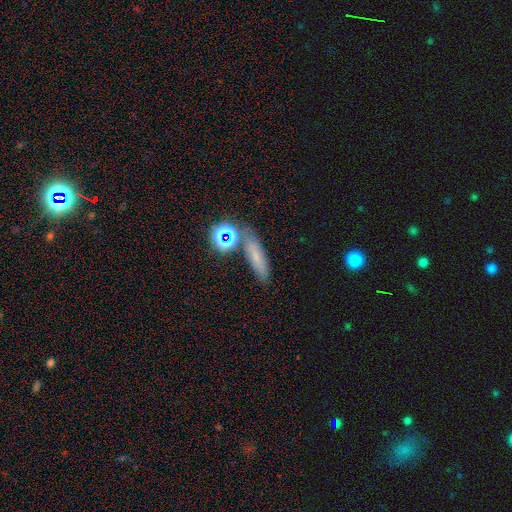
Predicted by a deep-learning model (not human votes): A smooth galaxy with no disk features (54%) that is cigar-shaped (52%).

Vote fractions:
- Smooth or featured? smooth: 54% / star or artifact: 26% / featured or disk: 20%
- How rounded? cigar-shaped: 52% / in between: 35% / round: 13%
- Merging? none: 71% / minor disturbance: 15% / merger: 9% / major disturbance: 5%